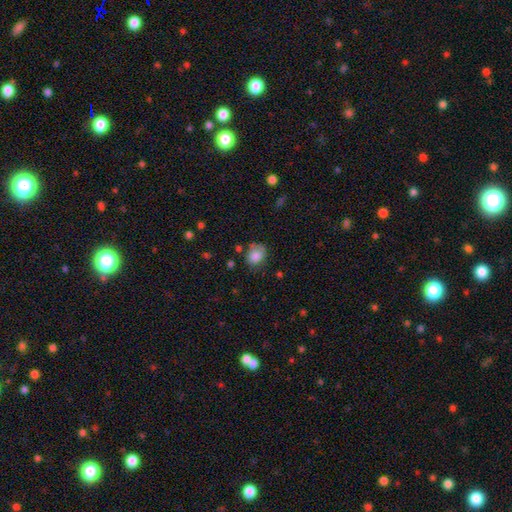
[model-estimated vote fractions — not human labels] Smooth or featured?
  - smooth: 81% *
  - featured or disk: 10%
  - star or artifact: 9%
How rounded?
  - round: 50% *
  - in between: 49%
  - cigar-shaped: 1%
Merging?
  - none: 56% *
  - minor disturbance: 29%
  - major disturbance: 11%
  - merger: 5%